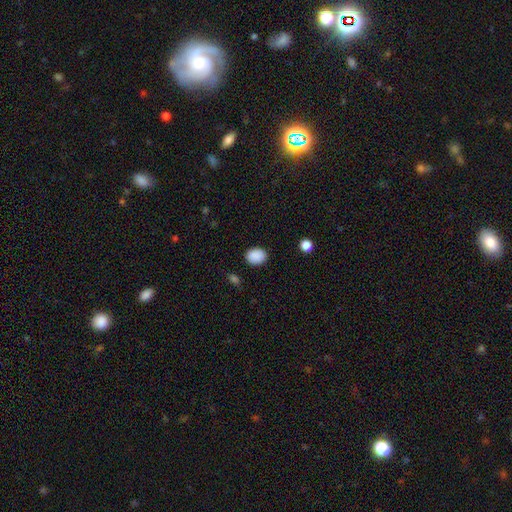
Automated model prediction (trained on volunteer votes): Smooth or featured? smooth (89%)
How rounded? in between (59%)
Merging? none (87%)